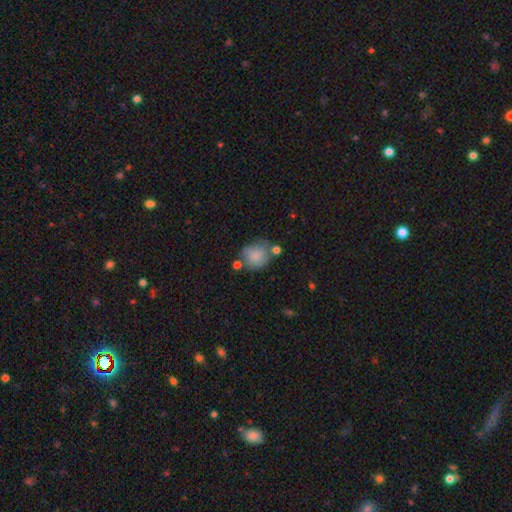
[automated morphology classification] This appears to be a smooth galaxy with no disk features (78%) that is round (74%). Merging: none (52%).